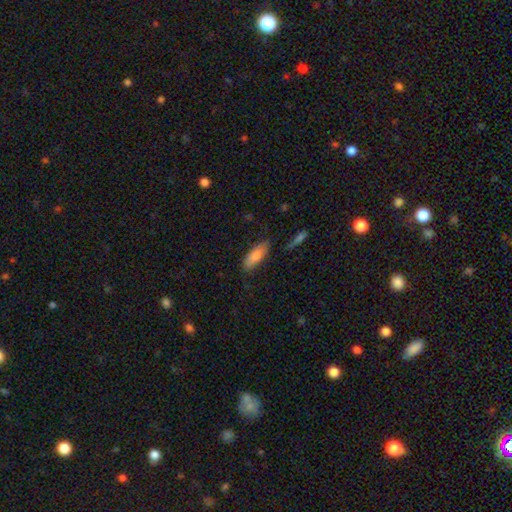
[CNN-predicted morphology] This appears to be a smooth galaxy with no disk features (83%) that is in between round and cigar-shaped (70%). Merging: none (72%).